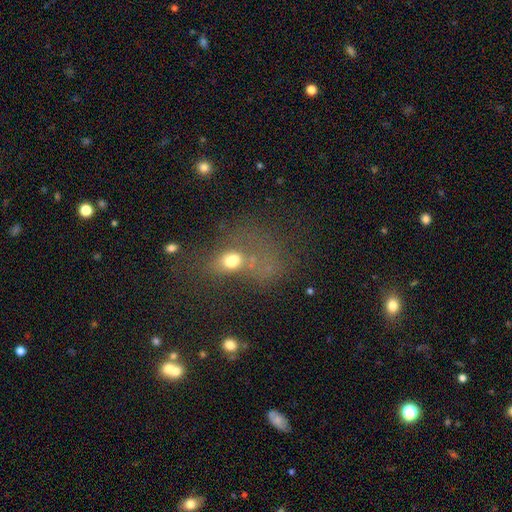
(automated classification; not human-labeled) Smooth or featured? smooth (46%)
Merging? none (36%)